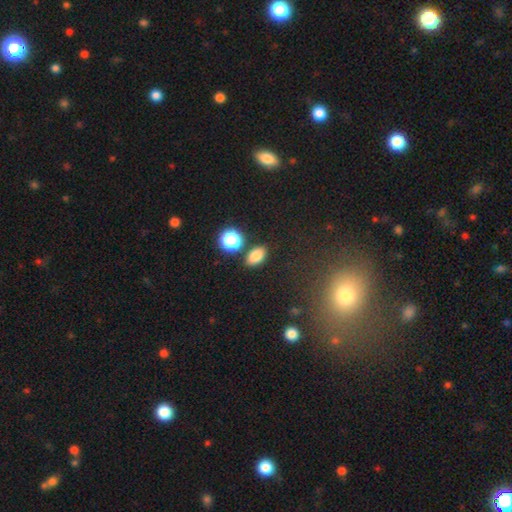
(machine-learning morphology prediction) Smooth or featured? smooth (82%)
How rounded? in between (84%)
Merging? none (80%)